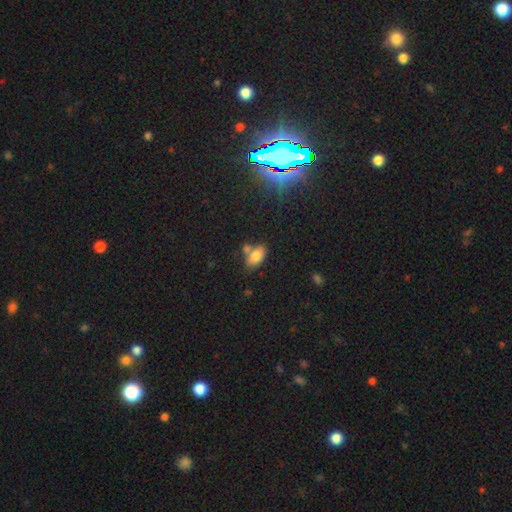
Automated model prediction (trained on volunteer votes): Smooth or featured? Predicted: smooth (p=0.79). How rounded? Predicted: in between (p=0.91). Merging? Predicted: none (p=0.54).